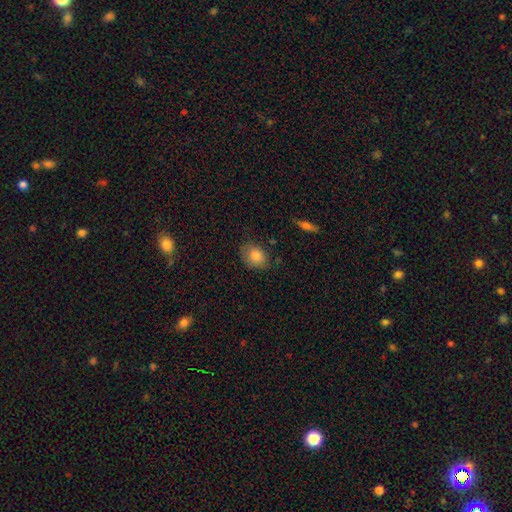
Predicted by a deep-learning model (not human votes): Smooth or featured? smooth (84%)
How rounded? in between (60%)
Merging? none (72%)